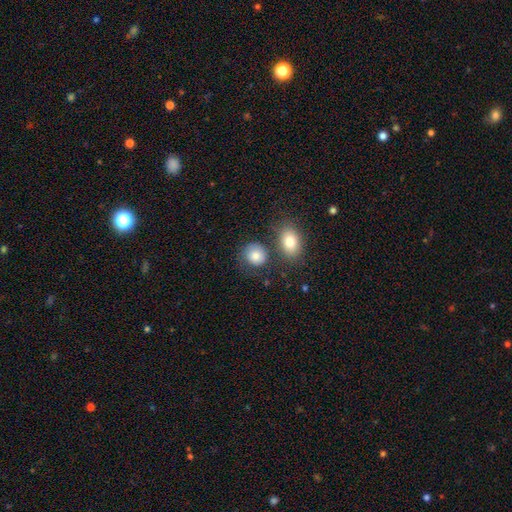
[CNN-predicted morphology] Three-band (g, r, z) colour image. It shows a smooth galaxy with no disk features (82%) that is round (71%). Merging: none (62%).